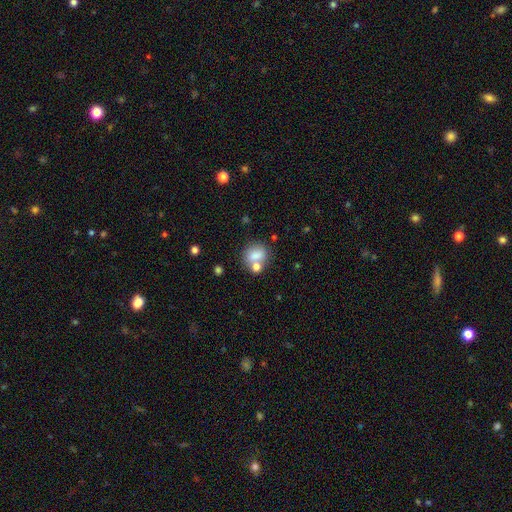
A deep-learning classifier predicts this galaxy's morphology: This appears to be a smooth galaxy with no disk features (76%) that is round (54%). Merging: none (50%).